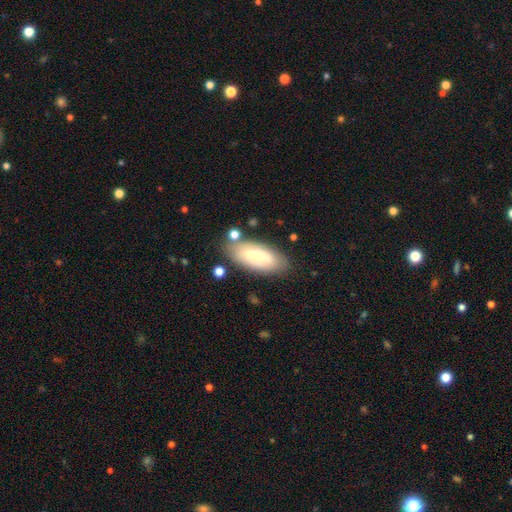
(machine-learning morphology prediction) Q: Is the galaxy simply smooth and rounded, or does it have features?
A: smooth — 65%.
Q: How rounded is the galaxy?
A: in between — 85%.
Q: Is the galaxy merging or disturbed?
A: none — 78%.